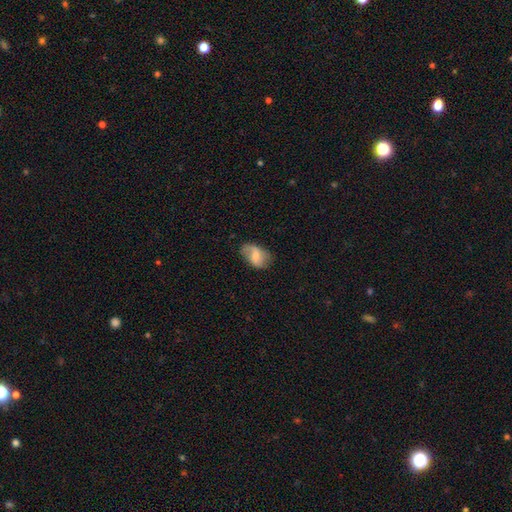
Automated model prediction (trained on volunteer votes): The model was most divided on "bulge size": small: 47%, moderate: 42%, none: 6%, large: 3%, dominant: 1%. Remaining: edge-on disk — no (96%); spiral arms — yes (83%); merging — none (65%); smooth or featured — featured or disk (53%); bar — weak (47%).